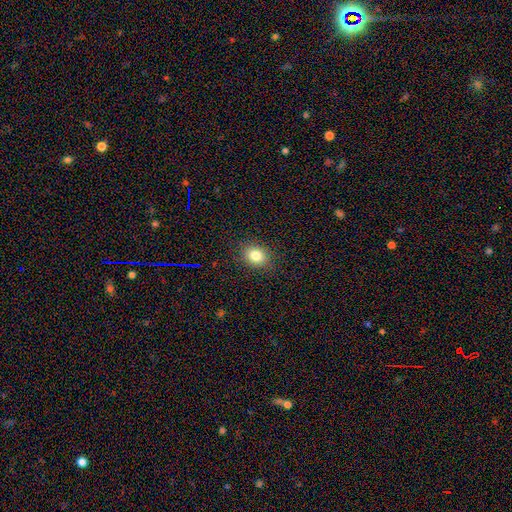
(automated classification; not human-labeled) Smooth or featured?
  - smooth: 82% *
  - star or artifact: 11%
  - featured or disk: 7%
How rounded?
  - round: 56% *
  - in between: 43%
  - cigar-shaped: 1%
Merging?
  - none: 88% *
  - minor disturbance: 8%
  - major disturbance: 3%
  - merger: 1%